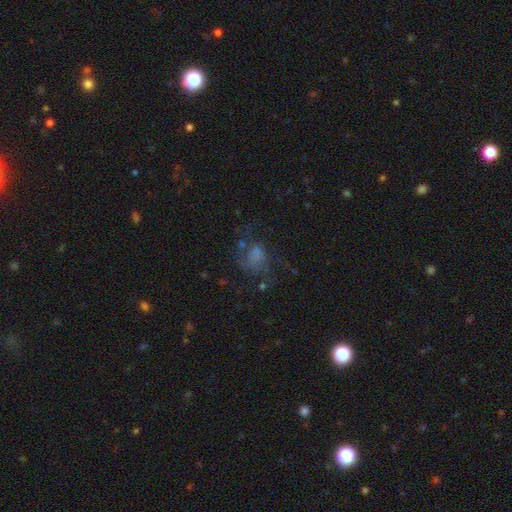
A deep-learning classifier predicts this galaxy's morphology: The model was most divided on "smooth or featured": smooth: 41%, featured or disk: 40%, star or artifact: 19%. Remaining: merging — none (39%).